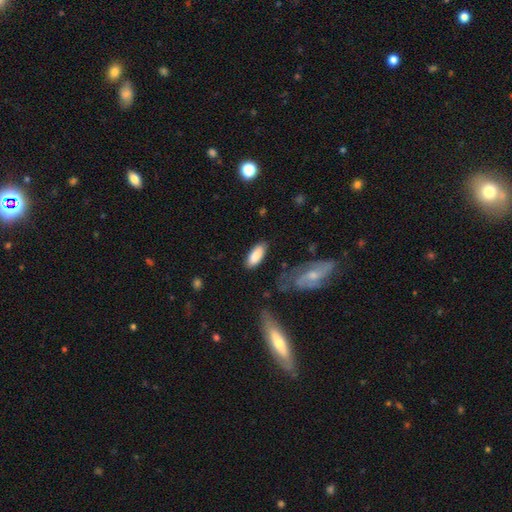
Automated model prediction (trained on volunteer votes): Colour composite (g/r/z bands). It shows a smooth galaxy with no disk features (85%) that is in between round and cigar-shaped (81%). Merging: none (79%).